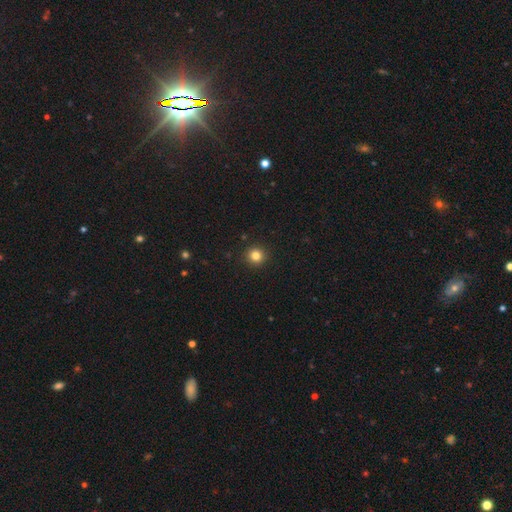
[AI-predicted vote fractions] A smooth galaxy with no disk features (82%) that is round (94%).

Vote fractions:
- Smooth or featured? smooth: 82% / star or artifact: 12% / featured or disk: 5%
- How rounded? round: 94% / in between: 5% / cigar-shaped: 1%
- Merging? none: 93% / minor disturbance: 5% / major disturbance: 2% / merger: 1%